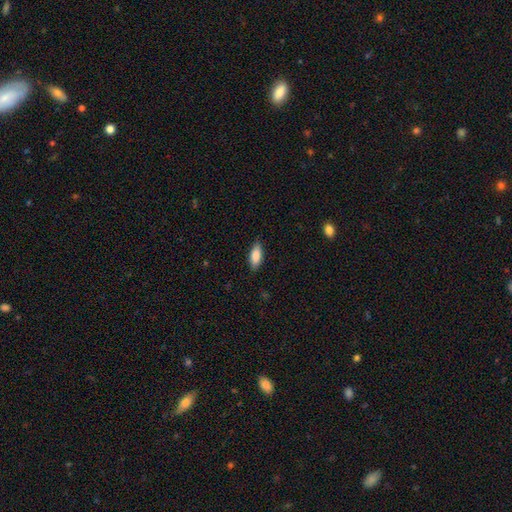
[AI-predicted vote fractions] smooth_or_featured: smooth (p=0.85) [alt: featured or disk p=0.09]
how_rounded: in between (p=0.79) [alt: cigar-shaped p=0.19]
merging: none (p=0.86) [alt: minor disturbance p=0.10]